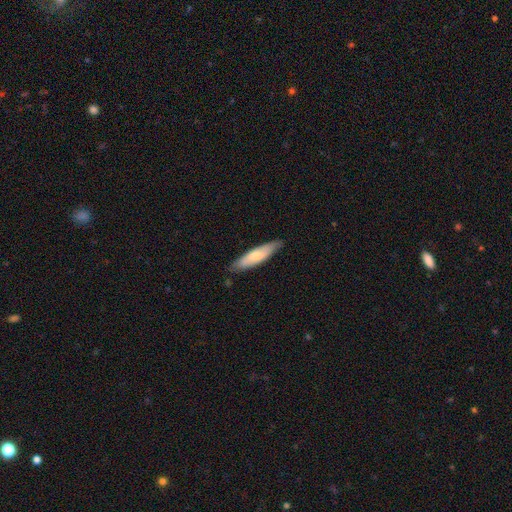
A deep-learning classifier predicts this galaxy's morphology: type=smooth (69%); roundness=cigar-shaped (72%); merging=none (82%).